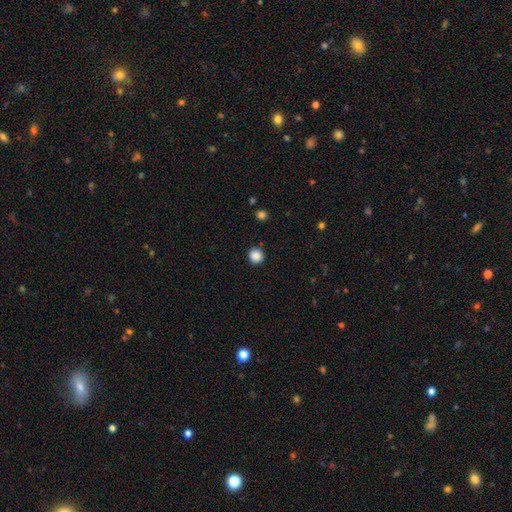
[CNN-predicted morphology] A smooth galaxy with no disk features (87%) that is round (94%). Merging: none (91%).